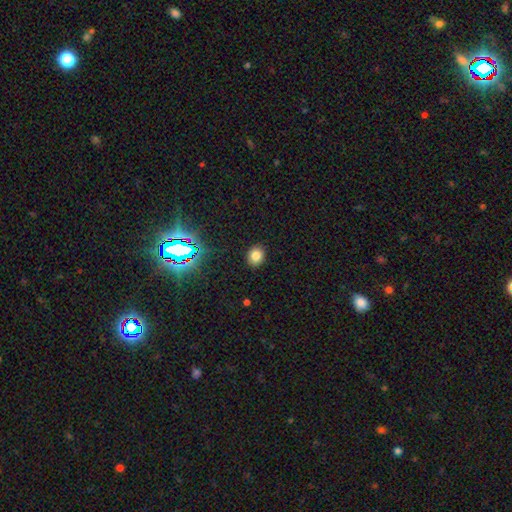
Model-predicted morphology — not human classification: Smooth or featured? Predicted: smooth (p=0.77). How rounded? Predicted: round (p=0.66). Merging? Predicted: none (p=0.90).